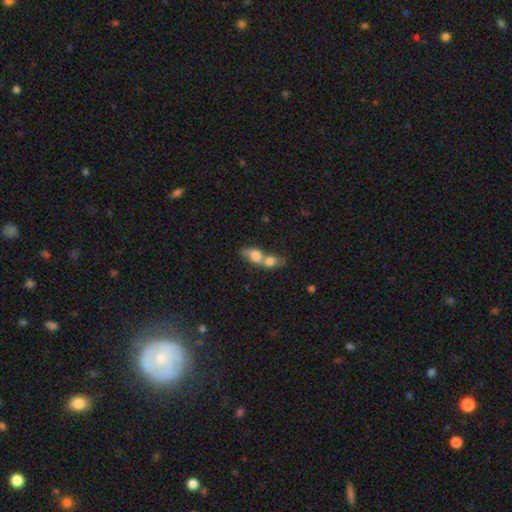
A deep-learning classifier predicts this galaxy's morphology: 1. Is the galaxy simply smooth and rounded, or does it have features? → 70% smooth, 22% featured or disk, 8% star or artifact.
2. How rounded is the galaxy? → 58% in between, 32% round, 10% cigar-shaped.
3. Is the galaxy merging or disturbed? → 79% merger, 12% none, 5% minor disturbance, 5% major disturbance.